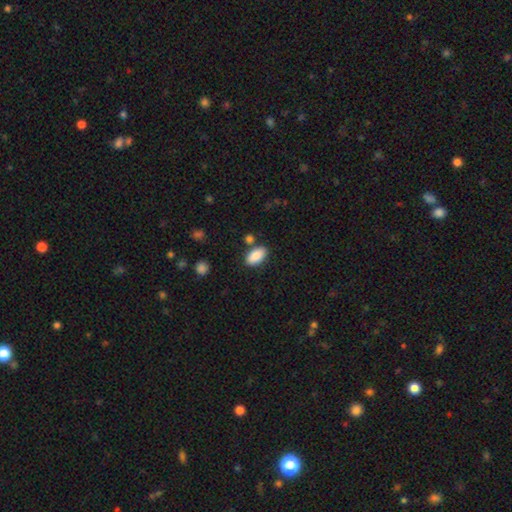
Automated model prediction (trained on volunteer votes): A smooth galaxy with no disk features (87%) that is in between round and cigar-shaped (93%).

Vote fractions:
- Smooth or featured? smooth: 87% / star or artifact: 7% / featured or disk: 6%
- How rounded? in between: 93% / round: 3% / cigar-shaped: 3%
- Merging? none: 80% / minor disturbance: 11% / merger: 6% / major disturbance: 3%